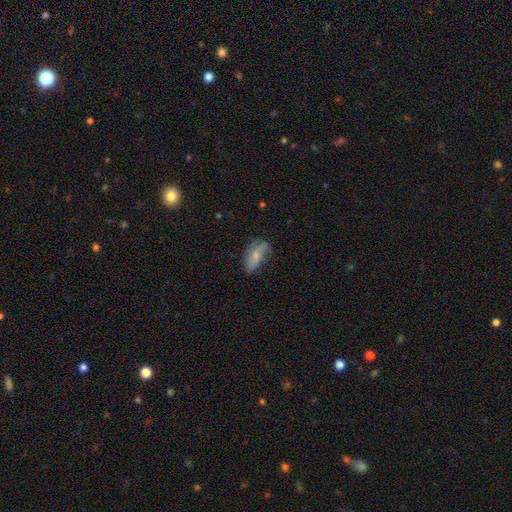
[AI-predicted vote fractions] This is possibly a smooth galaxy (57%). How rounded: clearly in between (83%). Merging: possibly none (52%).